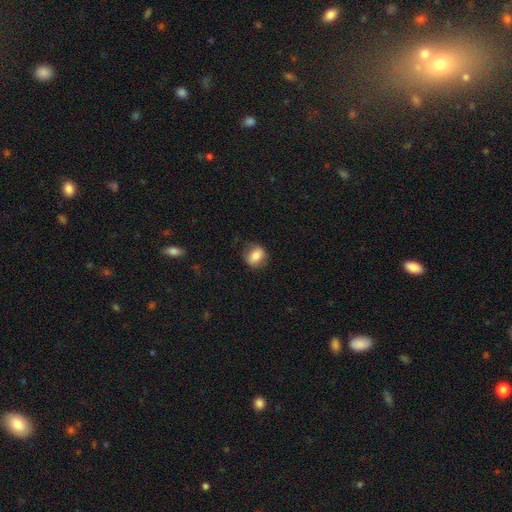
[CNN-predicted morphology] Q: Smooth or featured?
A: smooth (78%); runner-up: featured or disk (14%)
Q: How rounded?
A: round (52%); runner-up: in between (46%)
Q: Merging?
A: none (78%); runner-up: minor disturbance (16%)